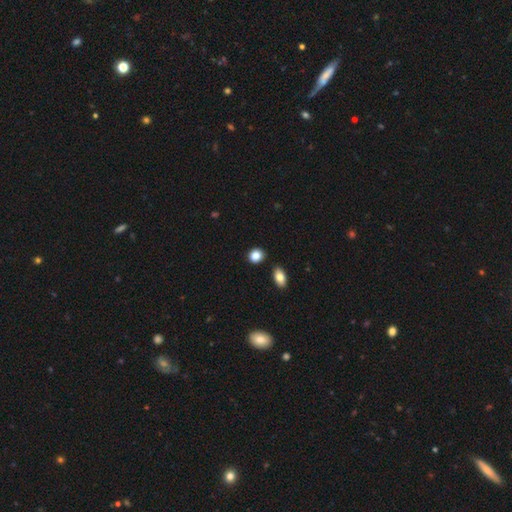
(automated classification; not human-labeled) This appears to be a smooth galaxy with no disk features (87%) that is round (65%). Merging: none (84%).